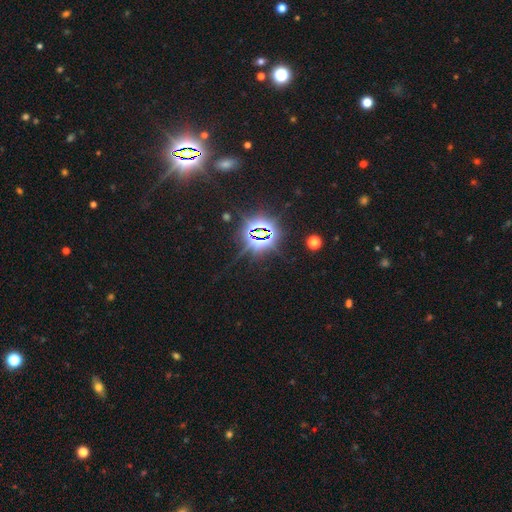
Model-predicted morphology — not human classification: This appears to be a star or artifact, not a galaxy (83%).